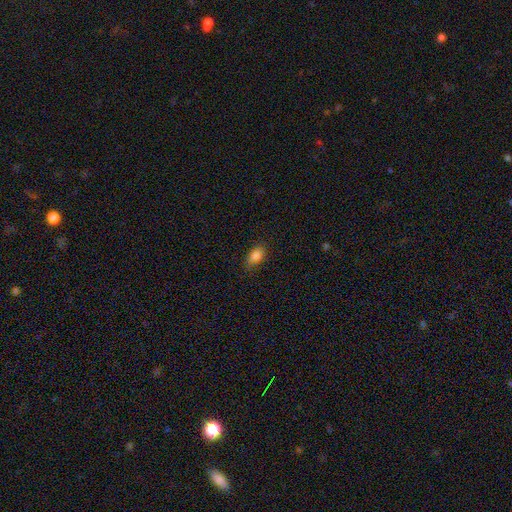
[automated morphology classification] type=smooth (86%); roundness=in between (87%); merging=none (81%).